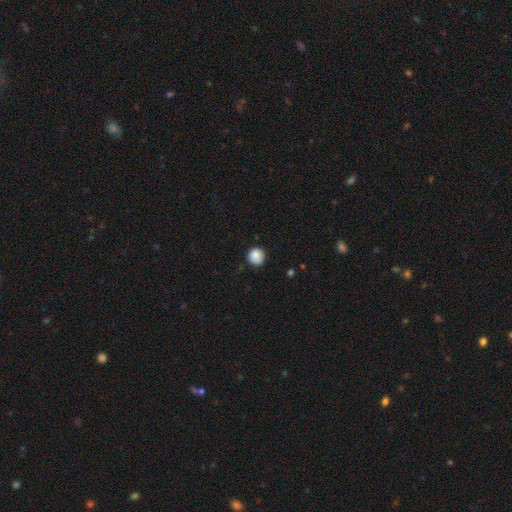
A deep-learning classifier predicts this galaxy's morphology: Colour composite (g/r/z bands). It shows a smooth galaxy with no disk features (87%) that is round (95%). Merging: none (87%).